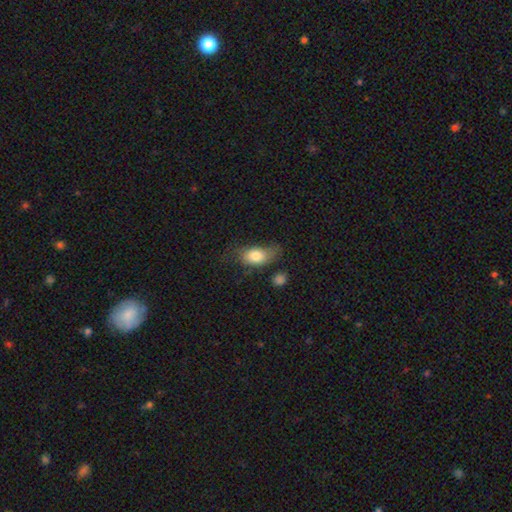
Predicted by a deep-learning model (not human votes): smooth_or_featured: smooth (p=0.79) [alt: featured or disk p=0.13]
how_rounded: in between (p=0.85) [alt: round p=0.12]
merging: none (p=0.43) [alt: minor disturbance p=0.33]